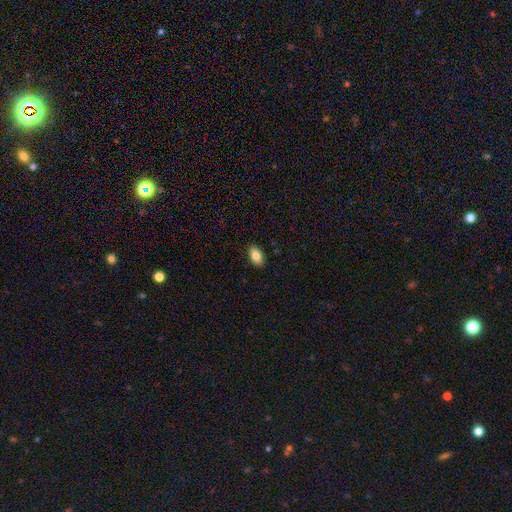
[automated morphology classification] Q: Smooth or featured?
A: smooth (84%); runner-up: featured or disk (9%)
Q: How rounded?
A: in between (92%); runner-up: round (7%)
Q: Merging?
A: none (90%); runner-up: minor disturbance (8%)